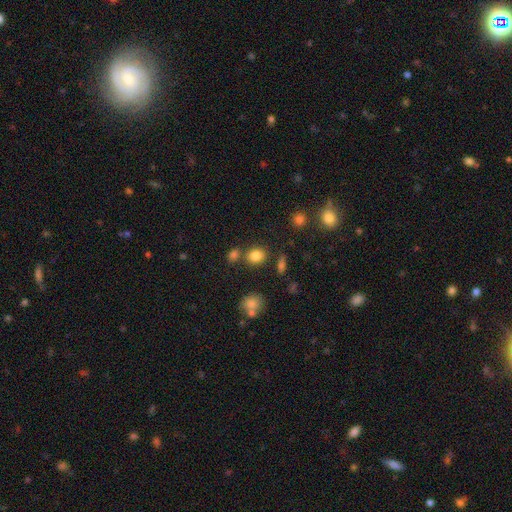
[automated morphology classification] A smooth galaxy with no disk features (82%) that is round (60%).

Vote fractions:
- Smooth or featured? smooth: 82% / star or artifact: 12% / featured or disk: 6%
- How rounded? round: 60% / in between: 39% / cigar-shaped: 1%
- Merging? none: 73% / merger: 13% / minor disturbance: 11% / major disturbance: 4%